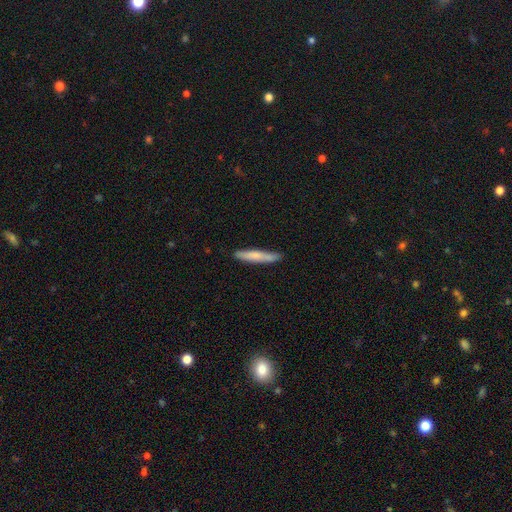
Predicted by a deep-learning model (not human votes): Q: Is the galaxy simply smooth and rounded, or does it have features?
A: smooth — 71%.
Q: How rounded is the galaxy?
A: cigar-shaped — 93%.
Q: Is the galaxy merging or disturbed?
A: none — 84%.